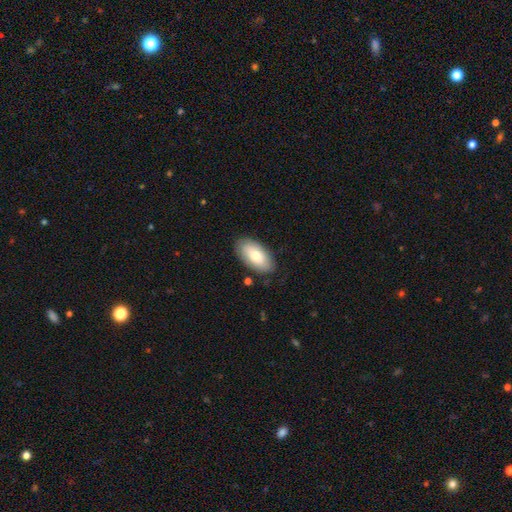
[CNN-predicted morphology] smooth_or_featured: smooth (p=0.75) [alt: featured or disk p=0.19]
how_rounded: in between (p=0.94) [alt: cigar-shaped p=0.04]
merging: none (p=0.83) [alt: minor disturbance p=0.13]